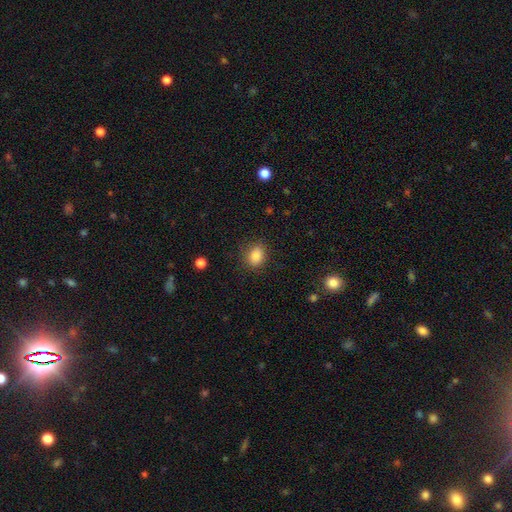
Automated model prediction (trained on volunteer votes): The model was most divided on "how rounded": in between: 58%, round: 40%, cigar-shaped: 1%. More confident: smooth or featured — smooth (85%); merging — none (82%).